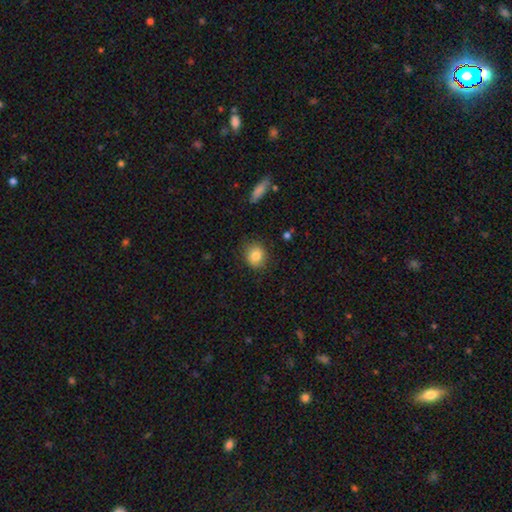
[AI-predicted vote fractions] smooth 83%, star or artifact 9%, featured or disk 8%. Down the decision tree: how rounded — round (78%); merging — none (84%).